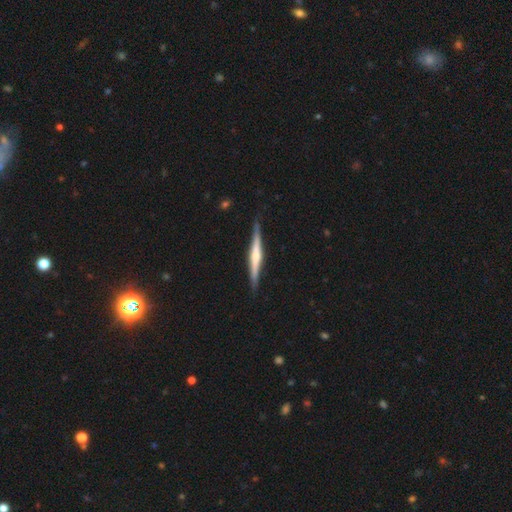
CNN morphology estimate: Smooth or featured?
  - featured or disk: 68% *
  - smooth: 26%
  - star or artifact: 5%
Edge-on disk?
  - yes: 98% *
  - no: 2%
Edge-on bulge?
  - rounded: 64% *
  - none: 20%
  - boxy: 15%
Merging?
  - none: 88% *
  - minor disturbance: 9%
  - major disturbance: 2%
  - merger: 1%